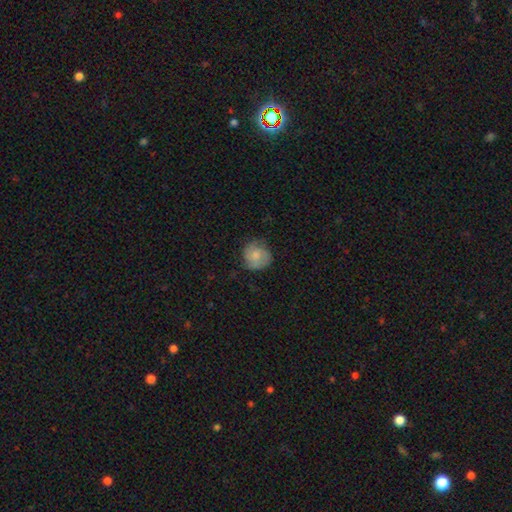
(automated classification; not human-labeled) Smooth or featured? smooth (70%)
How rounded? round (86%)
Merging? none (65%)